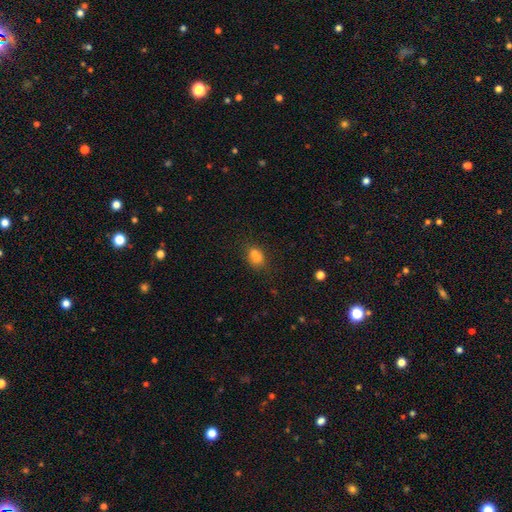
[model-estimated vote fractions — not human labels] smooth 78%, star or artifact 13%, featured or disk 9%. Down the decision tree: how rounded — in between (75%); merging — none (62%).